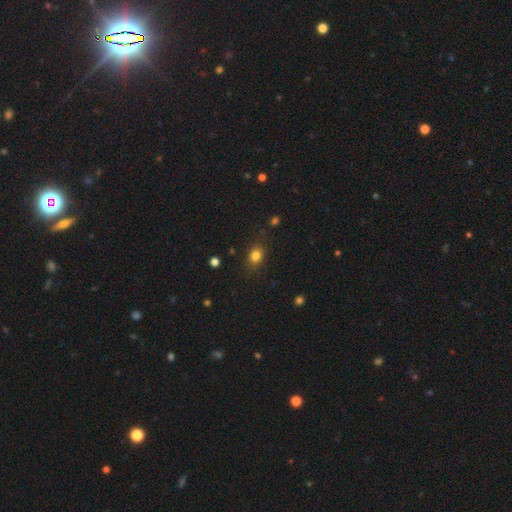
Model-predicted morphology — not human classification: Overall: smooth (81%). How rounded: in between (59%; round 39%). Merging: none (83%).